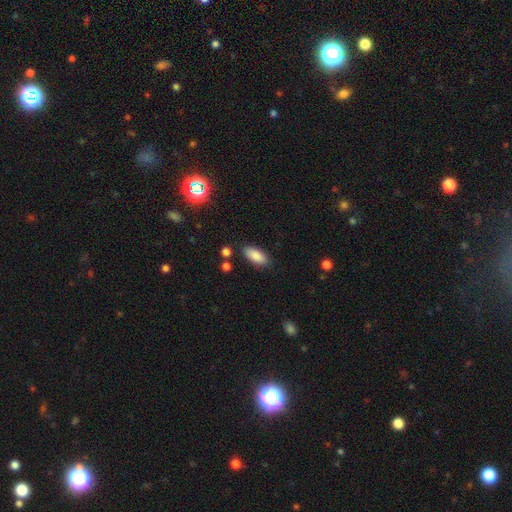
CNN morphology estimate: smooth-or-featured: smooth: 86% | star or artifact: 7% | featured or disk: 7%
  how-rounded: in between: 87% | cigar-shaped: 11% | round: 2%
  merging: none: 85% | minor disturbance: 10% | merger: 2% | major disturbance: 2%